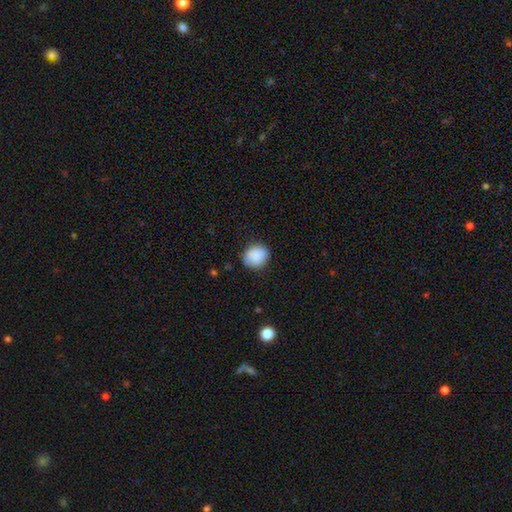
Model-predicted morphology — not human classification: smooth-or-featured: smooth: 88% | star or artifact: 7% | featured or disk: 5%
  how-rounded: round: 73% | in between: 26% | cigar-shaped: 1%
  merging: none: 84% | minor disturbance: 12% | major disturbance: 3% | merger: 1%